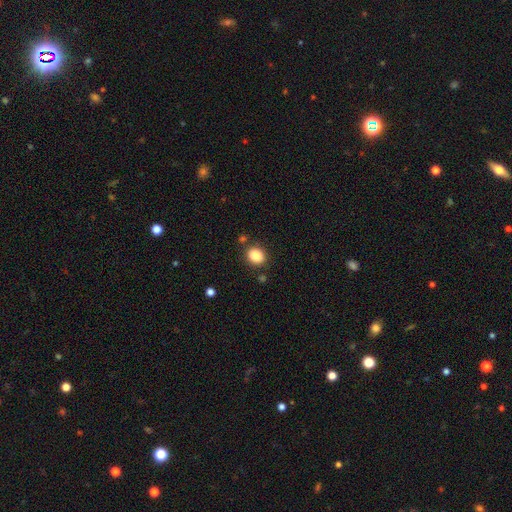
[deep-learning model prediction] Smooth or featured: smooth — 87% (star or artifact — 9%)
How rounded: round — 52% (in between — 47%)
Merging: none — 81% (minor disturbance — 11%)